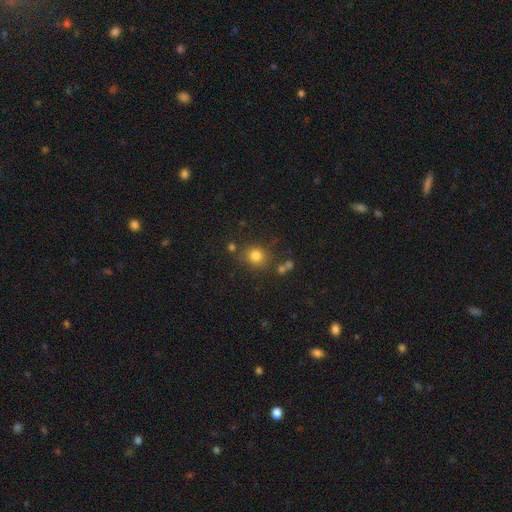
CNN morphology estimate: This appears to be a smooth galaxy with no disk features (80%) that is round (85%). Merging: none (76%).